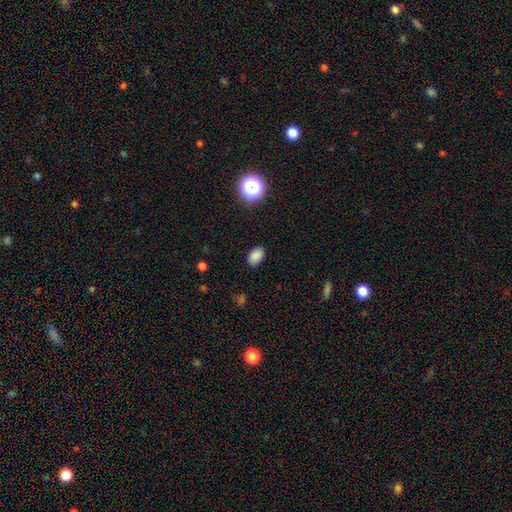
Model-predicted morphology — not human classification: smooth 85%, star or artifact 11%, featured or disk 4%. Down the decision tree: how rounded — in between (88%); merging — none (87%).